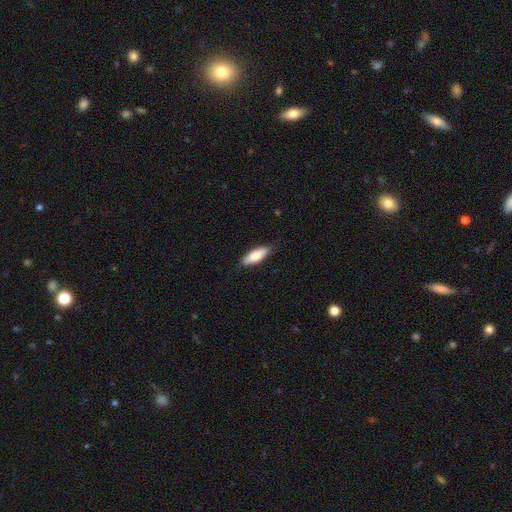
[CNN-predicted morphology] type=smooth (80%); roundness=in between (61%); merging=none (86%).